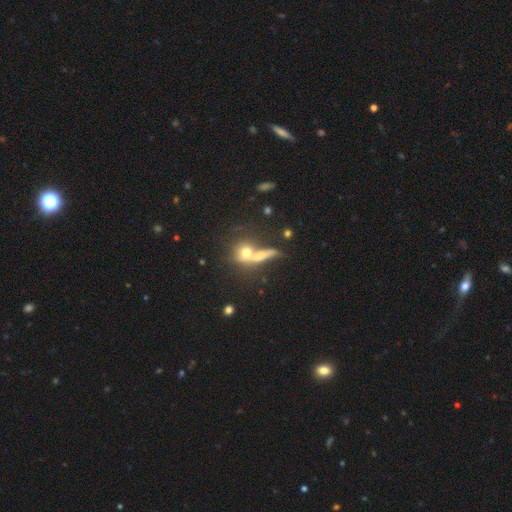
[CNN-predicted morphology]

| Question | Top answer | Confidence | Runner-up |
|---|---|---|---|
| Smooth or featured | smooth | 54% | featured or disk (31%) |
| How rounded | round | 53% | in between (26%) |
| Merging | merger | 44% | none (36%) |